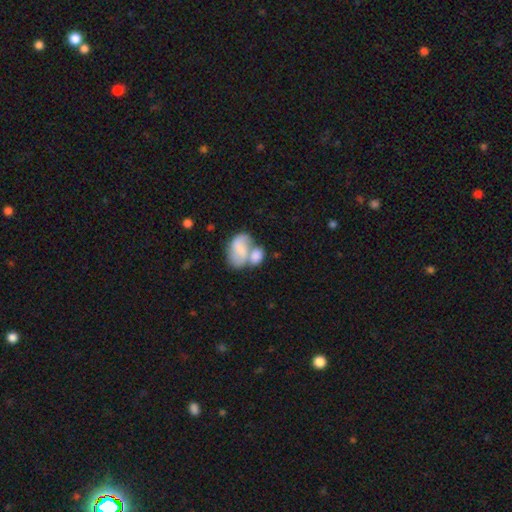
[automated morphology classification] The model was most divided on "smooth or featured": smooth: 64%, featured or disk: 29%, star or artifact: 7%. More confident: how rounded — in between (82%); merging — merger (63%).